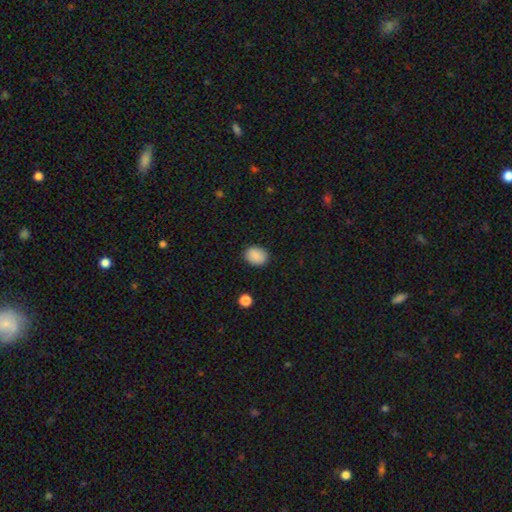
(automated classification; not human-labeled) Smooth or featured: smooth — 88% (star or artifact — 8%)
How rounded: in between — 58% (round — 41%)
Merging: none — 87% (minor disturbance — 9%)